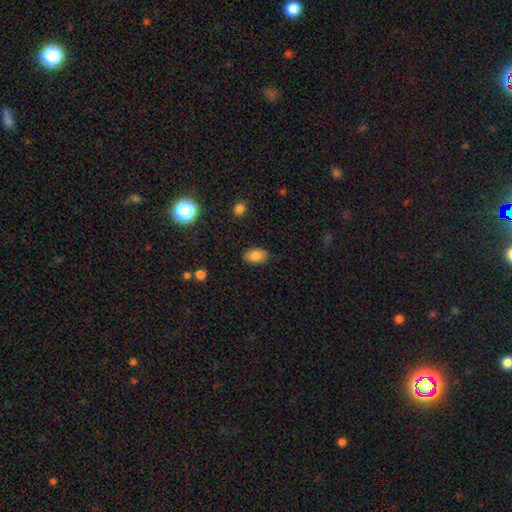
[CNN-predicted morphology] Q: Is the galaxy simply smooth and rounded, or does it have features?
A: smooth — 82%.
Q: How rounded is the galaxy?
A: in between — 89%.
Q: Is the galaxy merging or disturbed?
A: none — 87%.